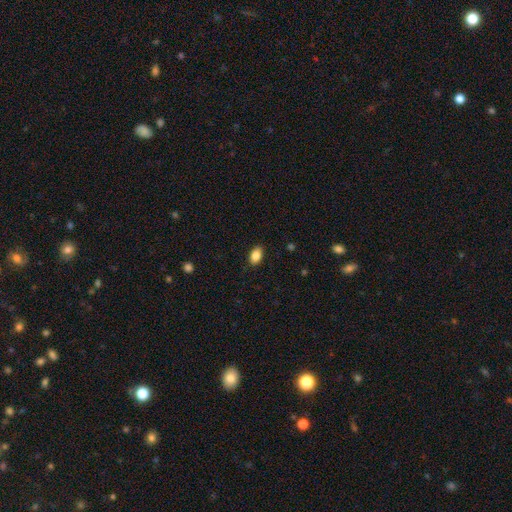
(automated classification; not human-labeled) Overall: smooth (85%). How rounded: in between (88%). Merging: none (87%).